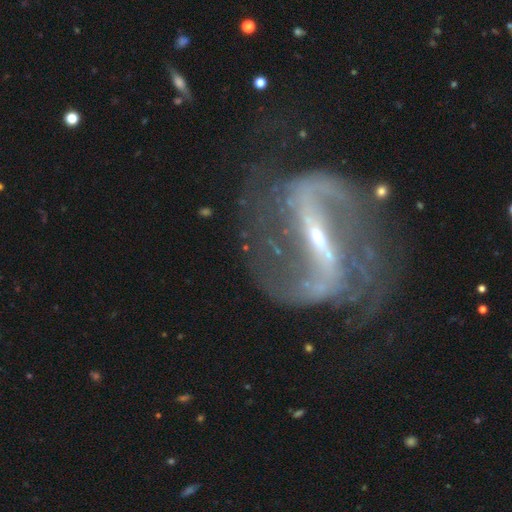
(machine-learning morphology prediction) This is clearly a featured or disk galaxy (92%). It is clearly not viewed edge-on (95%). Bar: likely strong (78%). Spiral arm pattern: clearly yes (97%). Spiral arm count: clearly 2 (87%). Spiral winding: possibly medium (46%). Central bulge: likely small (78%). Merging: likely none (69%).